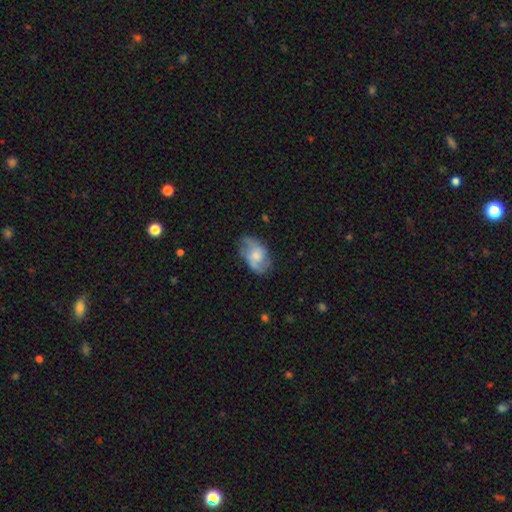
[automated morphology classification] smooth-or-featured: featured or disk: 60% | smooth: 33% | star or artifact: 7%
  disk-edge-on: no: 96% | yes: 4%
    bar: no: 65% | weak: 31% | strong: 4%
    has-spiral-arms: yes: 86% | no: 14%
    bulge-size: moderate: 45% | small: 26% | large: 16% | none: 12% | dominant: 2%
  merging: none: 63% | minor disturbance: 25% | major disturbance: 11% | merger: 2%